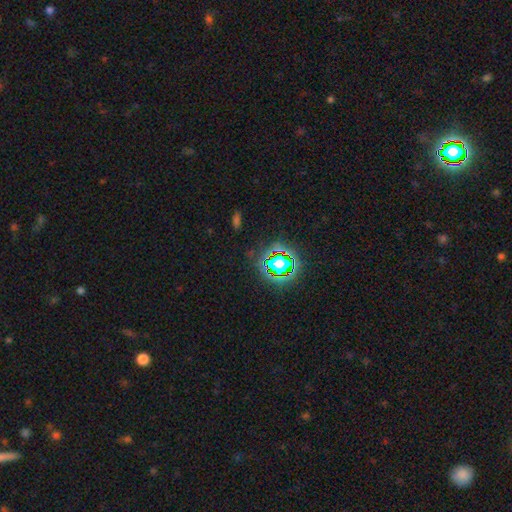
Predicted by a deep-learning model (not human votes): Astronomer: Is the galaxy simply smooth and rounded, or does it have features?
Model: star or artifact — 77%.